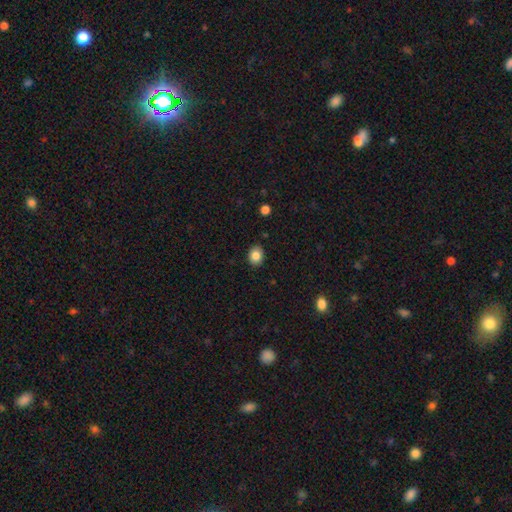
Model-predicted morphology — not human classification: Smooth or featured?
  - smooth: 85% *
  - star or artifact: 9%
  - featured or disk: 6%
How rounded?
  - in between: 51% *
  - round: 48%
  - cigar-shaped: 1%
Merging?
  - none: 88% *
  - minor disturbance: 8%
  - major disturbance: 2%
  - merger: 1%